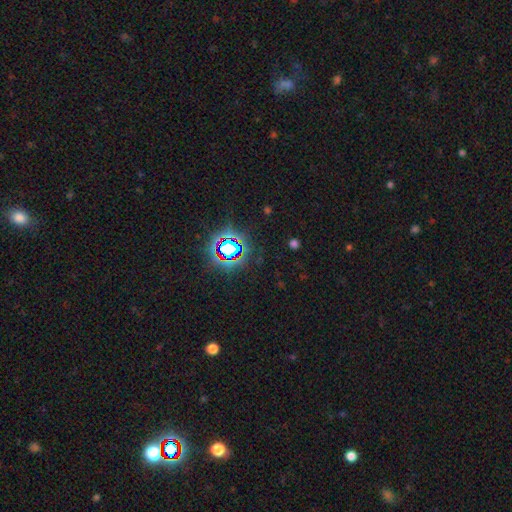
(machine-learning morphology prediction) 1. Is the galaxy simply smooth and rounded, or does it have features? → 79% star or artifact, 13% smooth, 8% featured or disk.